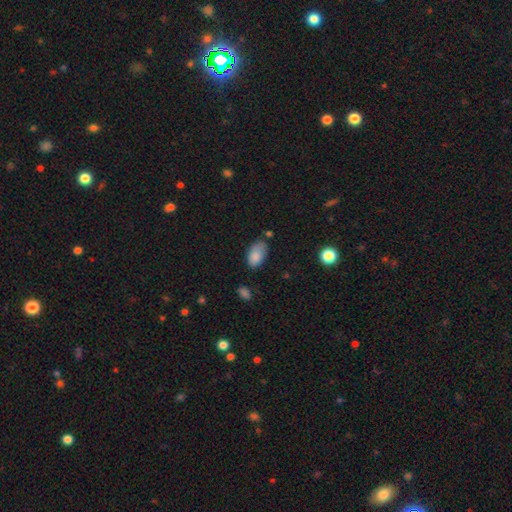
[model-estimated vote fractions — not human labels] The model was most divided on "merging": none: 58%, minor disturbance: 30%, major disturbance: 7%, merger: 5%. More confident: how rounded — in between (93%); smooth or featured — smooth (85%).